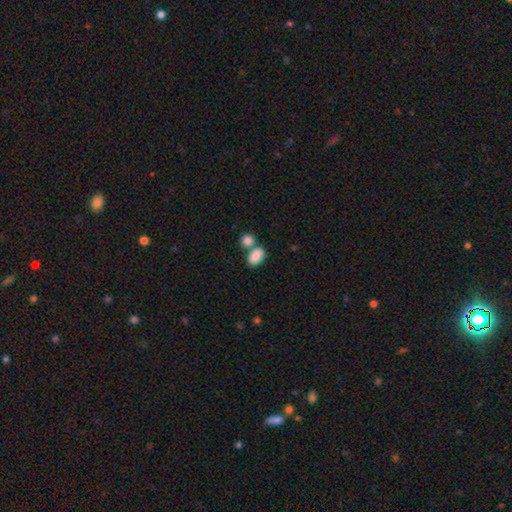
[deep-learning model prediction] The model was most divided on "merging": none: 44%, merger: 42%, minor disturbance: 10%, major disturbance: 4%. More confident: how rounded — in between (88%); smooth or featured — smooth (87%).